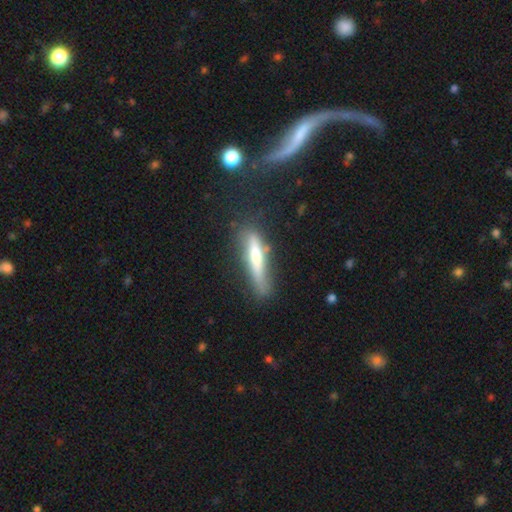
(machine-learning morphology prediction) smooth-or-featured: featured or disk: 49% | smooth: 43% | star or artifact: 8%
  merging: none: 53% | minor disturbance: 24% | major disturbance: 12% | merger: 11%